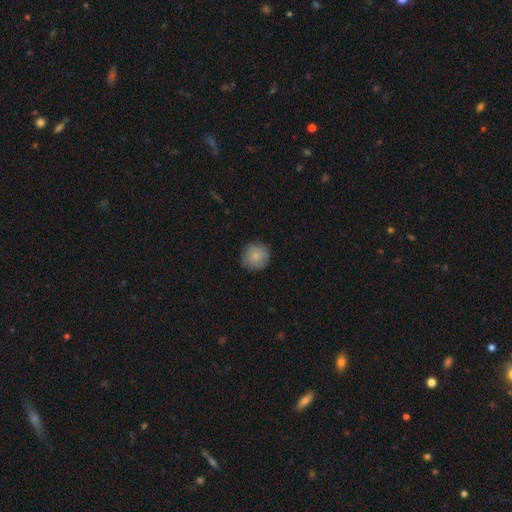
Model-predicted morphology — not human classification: Smooth or featured? smooth (85%)
How rounded? round (92%)
Merging? none (86%)